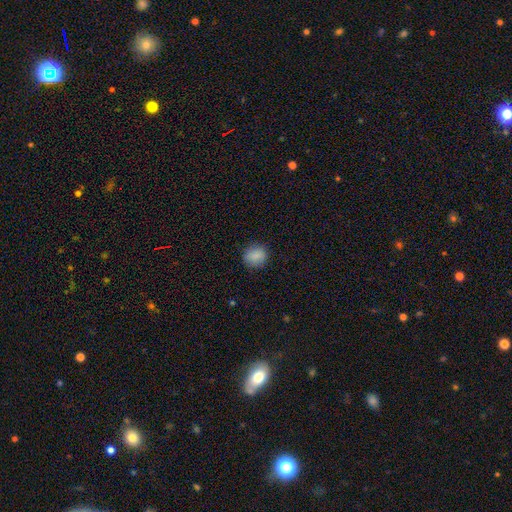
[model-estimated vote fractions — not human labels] Q: Smooth or featured?
A: smooth (86%); runner-up: star or artifact (9%)
Q: How rounded?
A: round (76%); runner-up: in between (23%)
Q: Merging?
A: none (85%); runner-up: minor disturbance (11%)